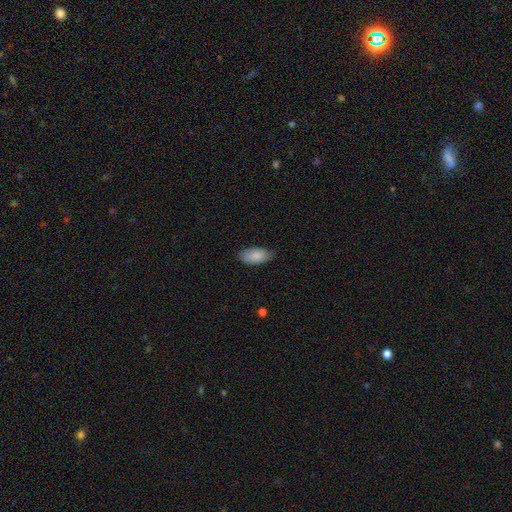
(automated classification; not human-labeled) Smooth or featured?
  - smooth: 87% *
  - featured or disk: 7%
  - star or artifact: 6%
How rounded?
  - in between: 93% *
  - cigar-shaped: 5%
  - round: 2%
Merging?
  - none: 78% *
  - minor disturbance: 18%
  - major disturbance: 3%
  - merger: 1%